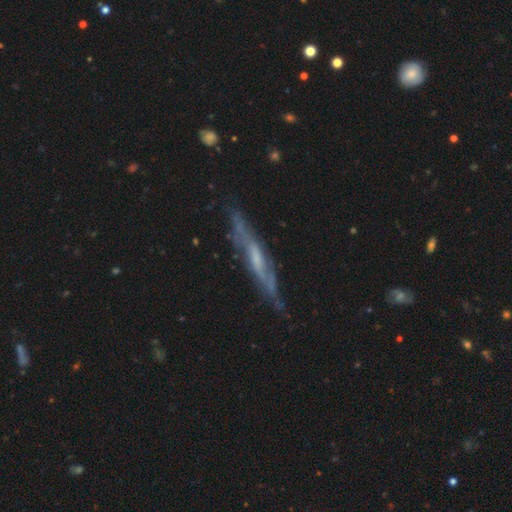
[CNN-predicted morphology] Smooth or featured? Predicted: featured or disk (p=0.70). Edge-on disk? Predicted: yes (p=0.72). Edge-on bulge? Predicted: none (p=0.57). Merging? Predicted: none (p=0.68).